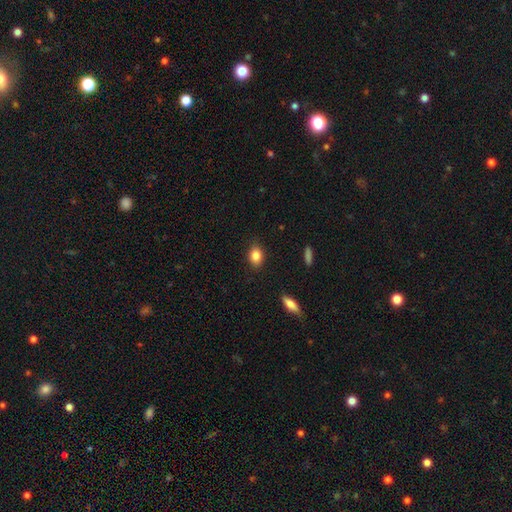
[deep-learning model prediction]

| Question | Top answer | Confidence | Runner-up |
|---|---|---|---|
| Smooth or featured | smooth | 85% | star or artifact (9%) |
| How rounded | in between | 72% | round (26%) |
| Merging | none | 86% | minor disturbance (10%) |